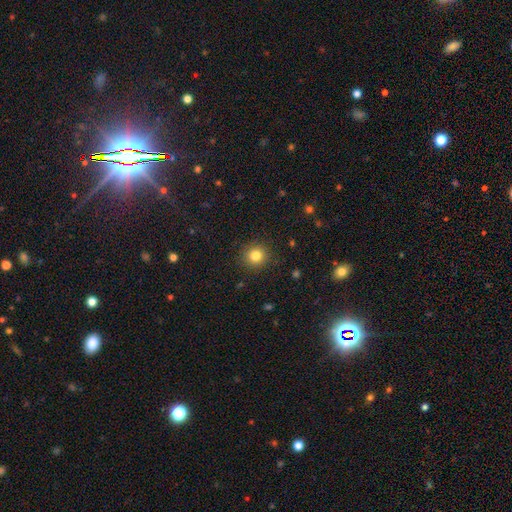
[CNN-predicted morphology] Smooth or featured? smooth (82%)
How rounded? round (93%)
Merging? none (90%)